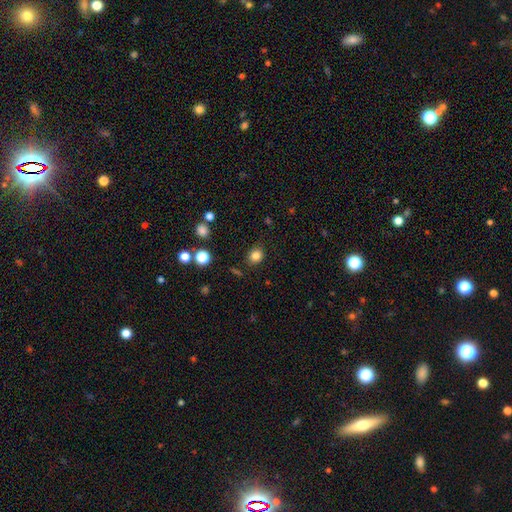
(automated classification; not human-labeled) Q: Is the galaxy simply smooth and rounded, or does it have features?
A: smooth — 82%.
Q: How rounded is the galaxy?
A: round — 72%.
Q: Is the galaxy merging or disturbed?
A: none — 84%.